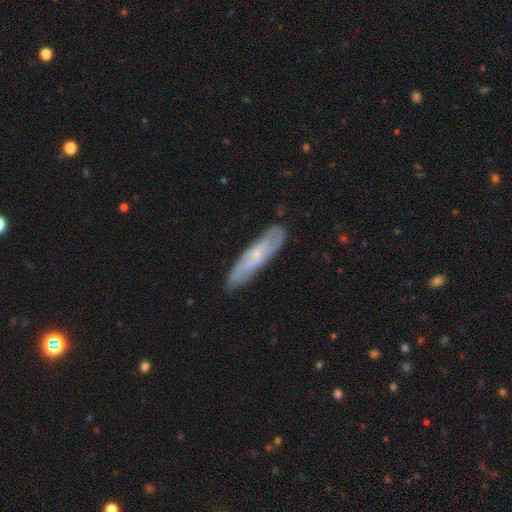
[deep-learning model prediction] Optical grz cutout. It shows a featured or disk galaxy (58%). Merging: none (81%).